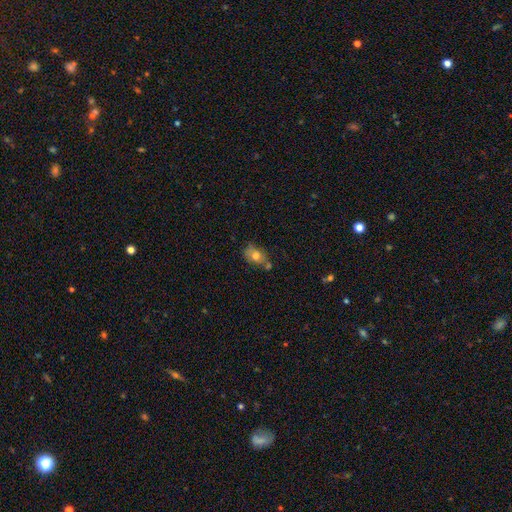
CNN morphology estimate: This is likely a smooth galaxy (71%). How rounded: likely in between (79%). Merging: possibly none (48%).